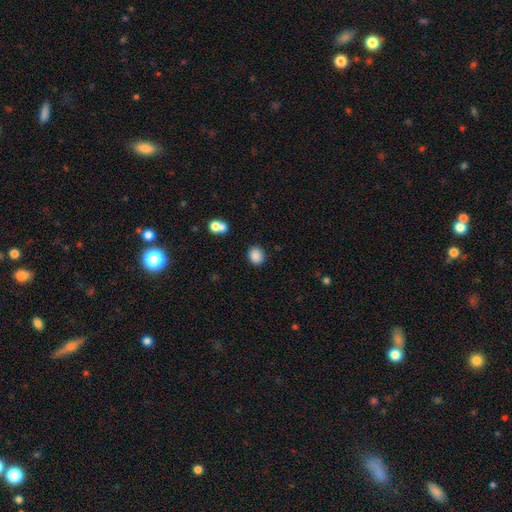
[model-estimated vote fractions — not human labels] Smooth or featured? Predicted: smooth (p=0.87). How rounded? Predicted: round (p=0.66). Merging? Predicted: none (p=0.84).